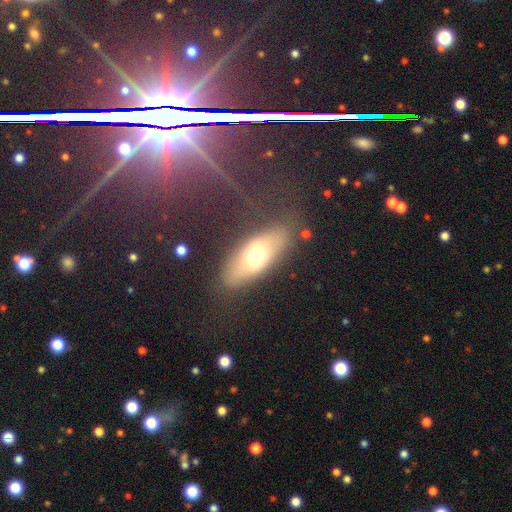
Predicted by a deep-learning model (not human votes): smooth 57%, featured or disk 34%, star or artifact 9%. Down the decision tree: how rounded — in between (72%); merging — none (80%).